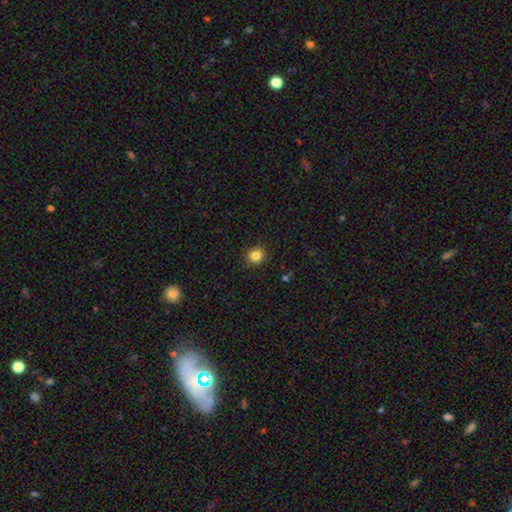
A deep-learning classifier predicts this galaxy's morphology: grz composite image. It shows a smooth galaxy with no disk features (84%) that is round (88%). Merging: none (90%).